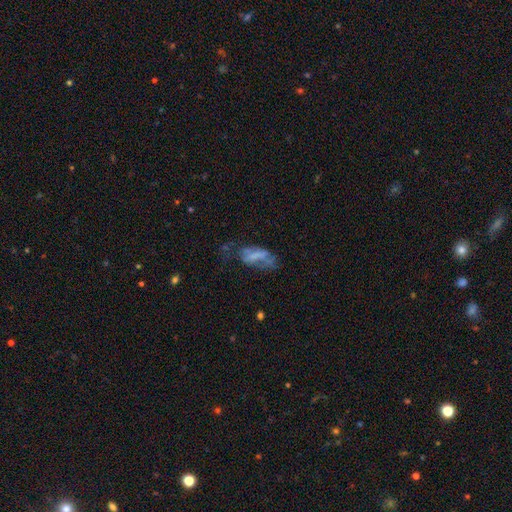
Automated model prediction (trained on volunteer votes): featured or disk 46%, smooth 41%, star or artifact 13%. Down the decision tree: merging — major disturbance (41%).